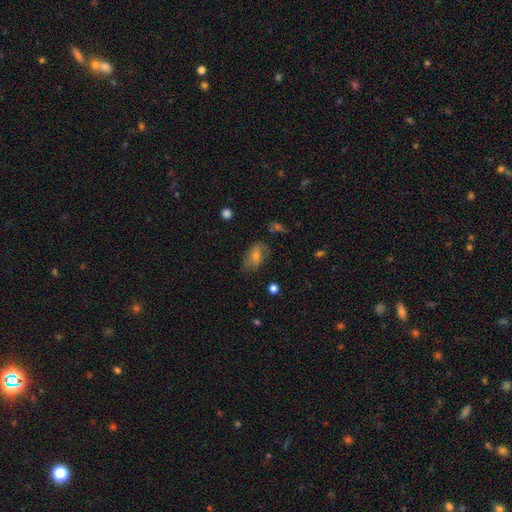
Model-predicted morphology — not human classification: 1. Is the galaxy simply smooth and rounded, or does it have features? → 52% smooth, 30% featured or disk, 18% star or artifact.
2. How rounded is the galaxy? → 85% in between, 11% round, 4% cigar-shaped.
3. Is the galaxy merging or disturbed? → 67% none, 21% minor disturbance, 9% major disturbance, 3% merger.